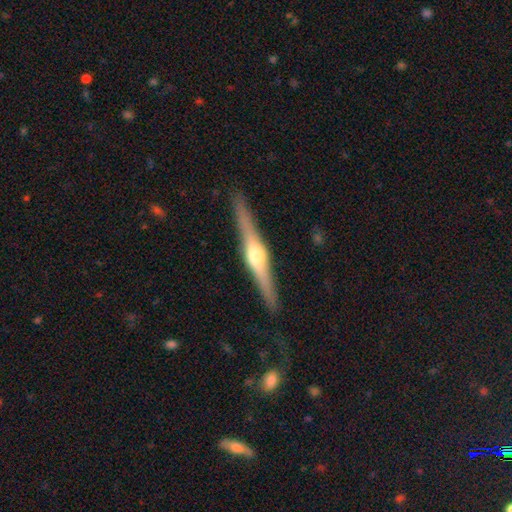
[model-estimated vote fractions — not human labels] A featured or disk galaxy (78%) viewed edge-on (98%) with a rounded central bulge (91%).

Vote fractions:
- Smooth or featured? featured or disk: 78% / smooth: 17% / star or artifact: 5%
- Edge-on disk? yes: 98% / no: 2%
- Edge-on bulge? rounded: 91% / boxy: 6% / none: 3%
- Merging? none: 90% / minor disturbance: 7% / major disturbance: 2% / merger: 1%